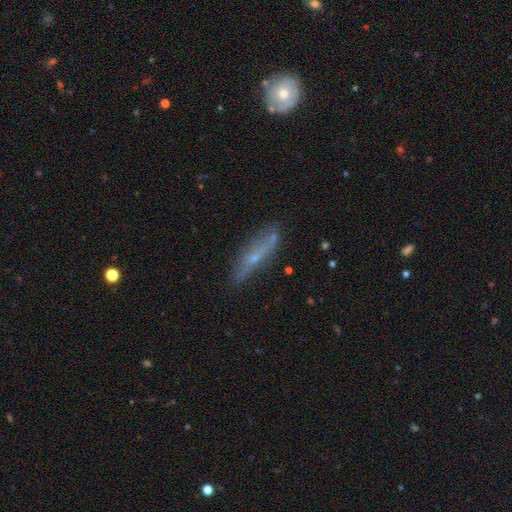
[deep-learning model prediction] Smooth or featured? featured or disk (50%)
Merging? none (73%)